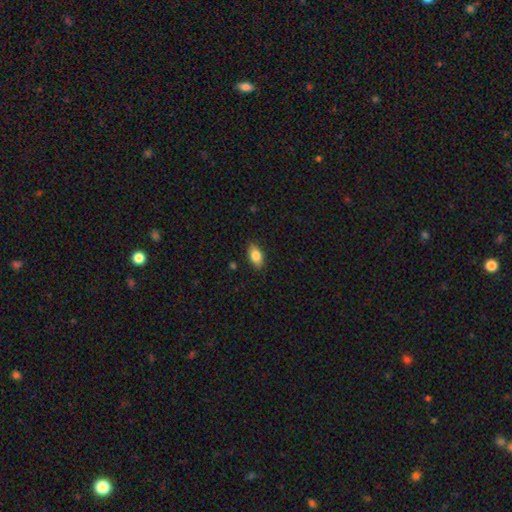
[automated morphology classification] This appears to be a smooth galaxy with no disk features (82%) that is in between round and cigar-shaped (89%). Merging: none (86%).